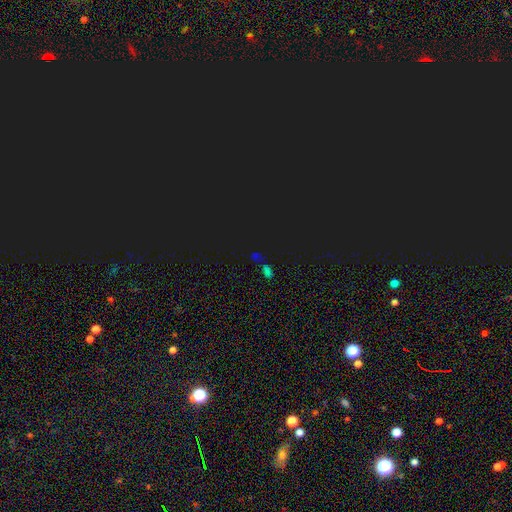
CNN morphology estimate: A star or artifact, not a galaxy (68%).